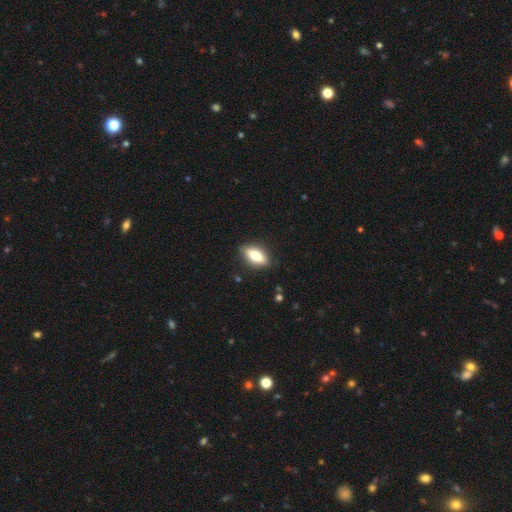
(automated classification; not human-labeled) A smooth galaxy with no disk features (64%) that is in between round and cigar-shaped (78%). Merging: none (85%).